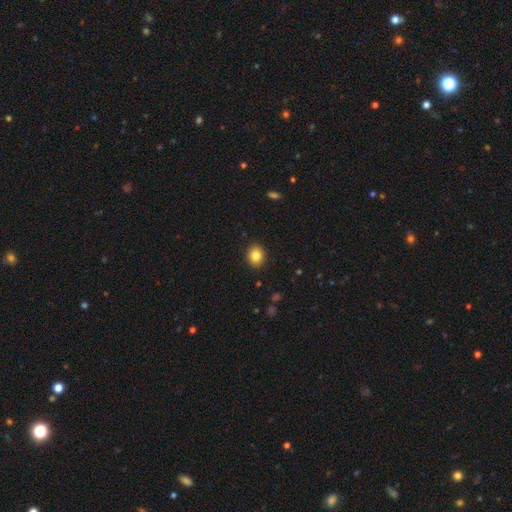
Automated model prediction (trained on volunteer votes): Q: Smooth or featured?
A: smooth (83%); runner-up: star or artifact (10%)
Q: How rounded?
A: round (67%); runner-up: in between (32%)
Q: Merging?
A: none (91%); runner-up: minor disturbance (6%)